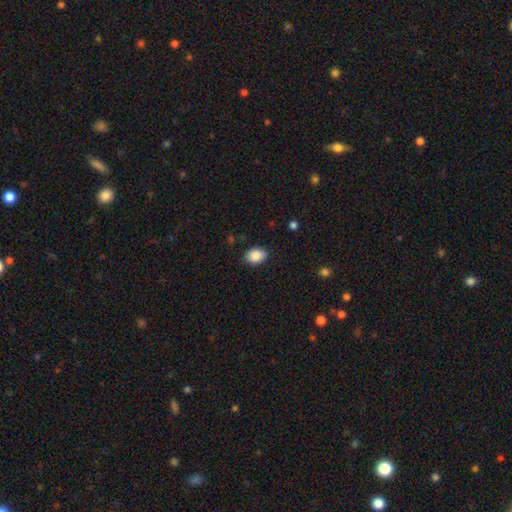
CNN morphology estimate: A smooth galaxy with no disk features (89%) that is in between round and cigar-shaped (71%). Merging: none (86%).